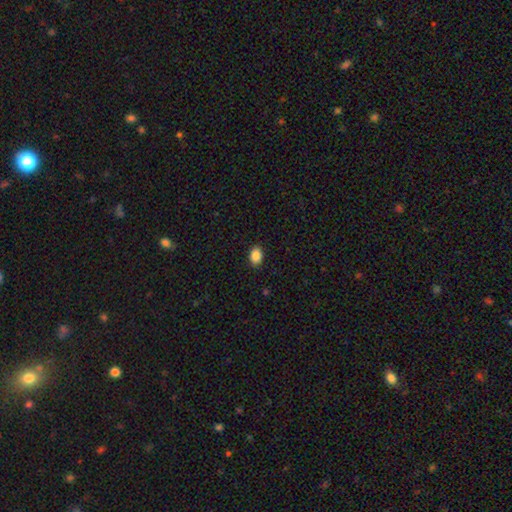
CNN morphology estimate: This appears to be a smooth galaxy with no disk features (88%) that is in between round and cigar-shaped (78%). Merging: none (90%).